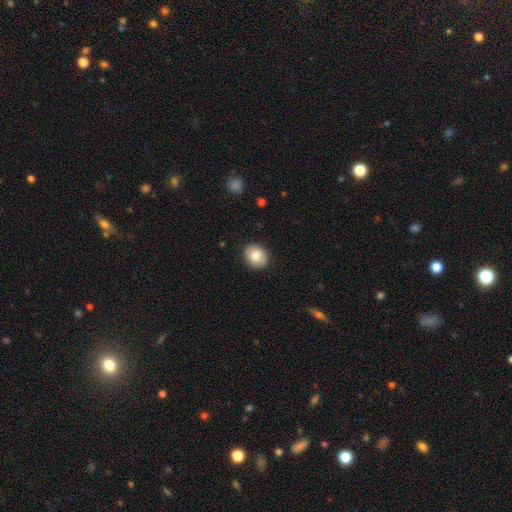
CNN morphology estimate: A smooth galaxy with no disk features (82%) that is round (61%). Merging: none (89%).